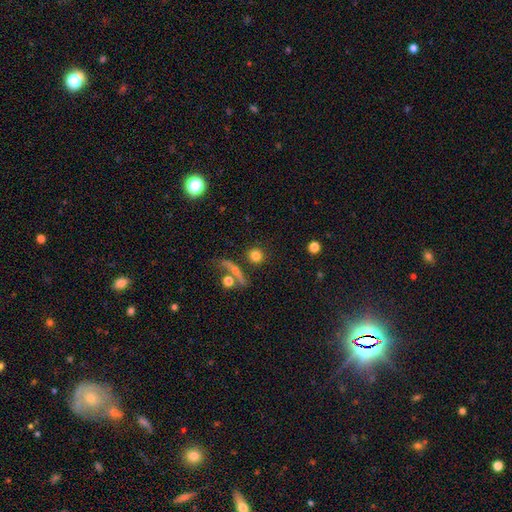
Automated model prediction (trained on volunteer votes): Smooth or featured? Predicted: smooth (p=0.76). How rounded? Predicted: round (p=0.89). Merging? Predicted: none (p=0.76).